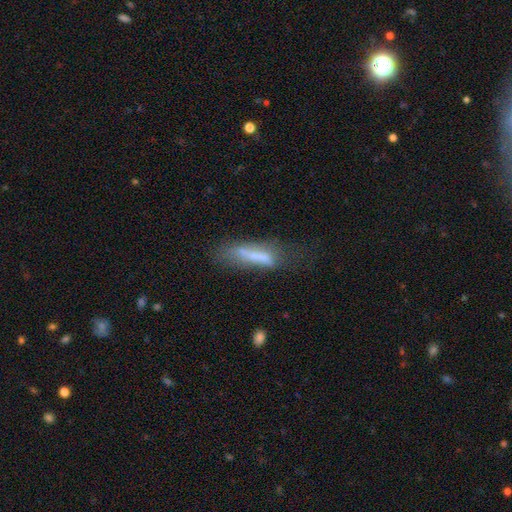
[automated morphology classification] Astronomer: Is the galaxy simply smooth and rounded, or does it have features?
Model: smooth — 57% (runner-up: featured or disk, 33%).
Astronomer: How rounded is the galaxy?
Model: cigar-shaped — 75%.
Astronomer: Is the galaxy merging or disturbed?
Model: none — 42% (runner-up: minor disturbance, 26%).